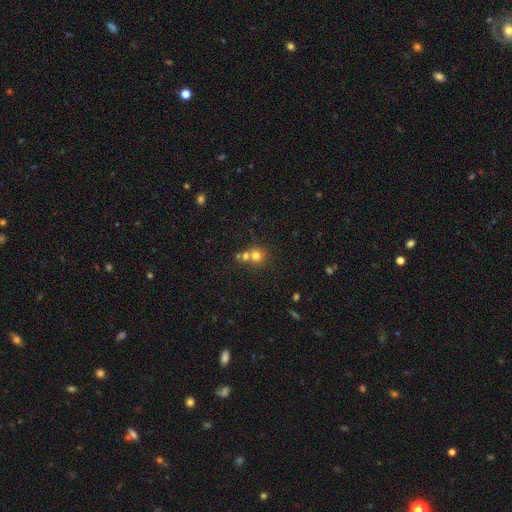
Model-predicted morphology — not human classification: smooth-or-featured: smooth: 72% | star or artifact: 15% | featured or disk: 13%
  how-rounded: round: 87% | in between: 12% | cigar-shaped: 1%
  merging: none: 48% | merger: 42% | minor disturbance: 7% | major disturbance: 3%